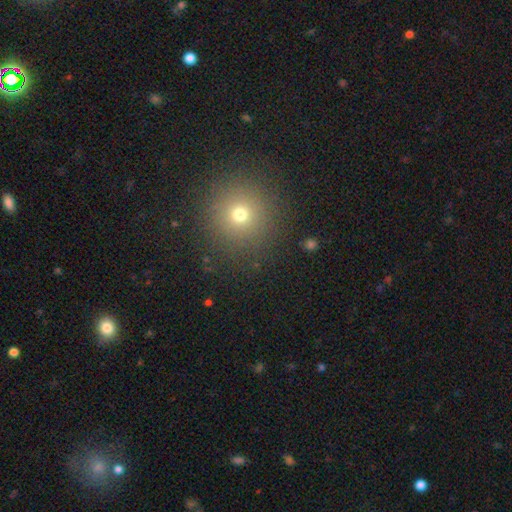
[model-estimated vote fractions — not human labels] Smooth or featured? smooth (65%)
How rounded? round (95%)
Merging? none (91%)